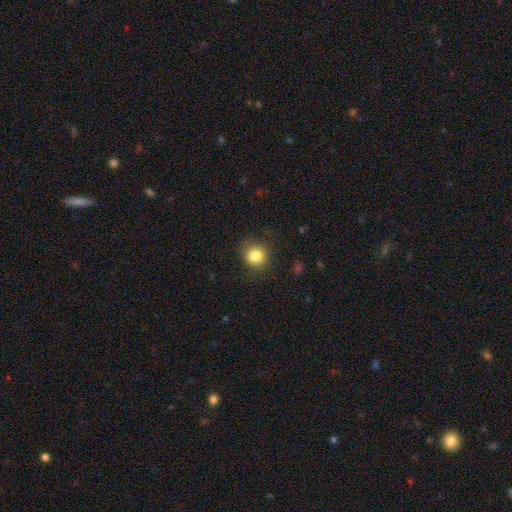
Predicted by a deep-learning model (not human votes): A smooth galaxy with no disk features (84%) that is round (84%). Merging: none (82%).